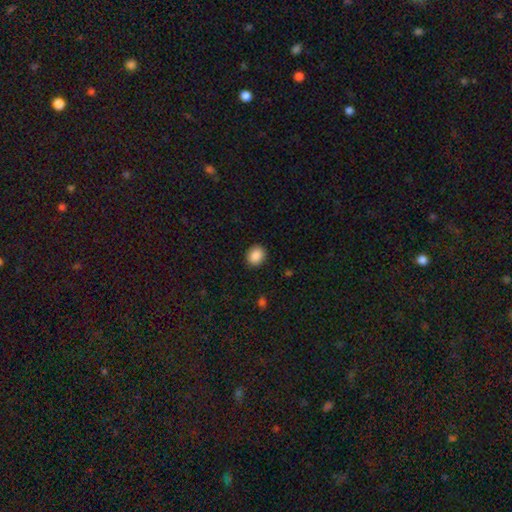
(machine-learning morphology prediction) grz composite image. It shows a smooth galaxy with no disk features (89%) that is round (60%). Merging: none (90%).